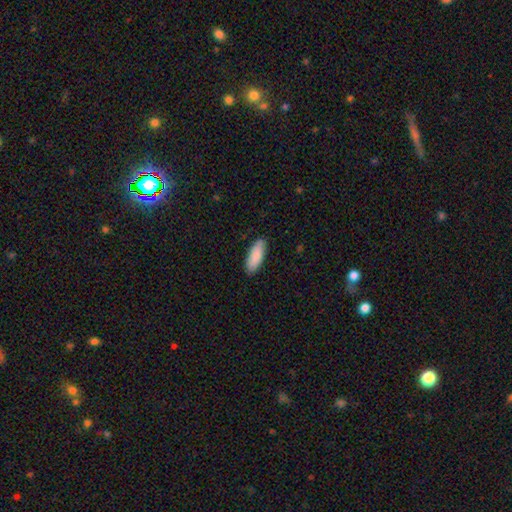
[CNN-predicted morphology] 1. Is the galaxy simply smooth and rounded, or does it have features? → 87% smooth, 8% featured or disk, 5% star or artifact.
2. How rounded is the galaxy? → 70% in between, 29% cigar-shaped, 2% round.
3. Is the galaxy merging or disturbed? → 88% none, 9% minor disturbance, 2% major disturbance, 1% merger.